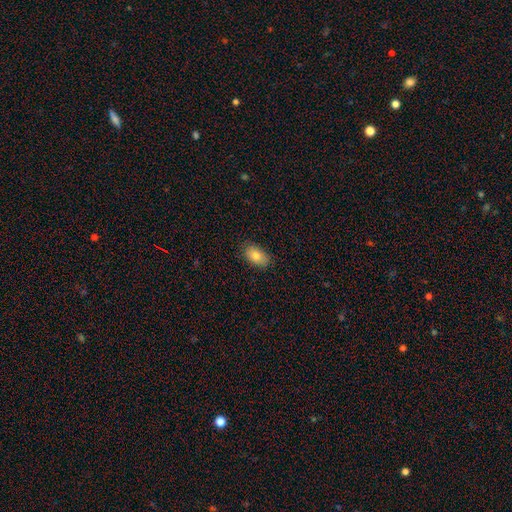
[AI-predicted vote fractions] Smooth or featured? Predicted: smooth (p=0.82). How rounded? Predicted: in between (p=0.91). Merging? Predicted: none (p=0.86).